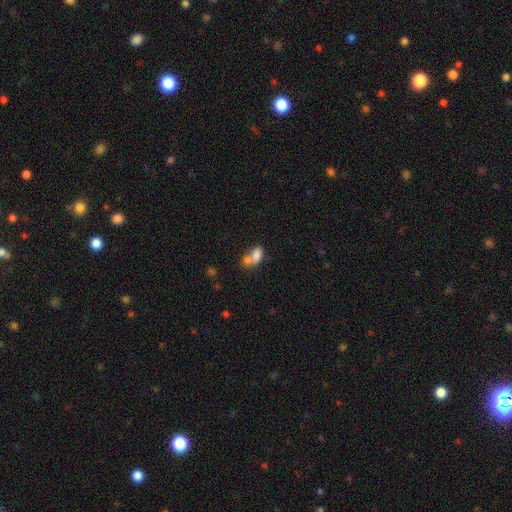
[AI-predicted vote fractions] Q: Smooth or featured?
A: smooth (77%); runner-up: featured or disk (13%)
Q: How rounded?
A: in between (86%); runner-up: round (11%)
Q: Merging?
A: merger (60%); runner-up: none (25%)